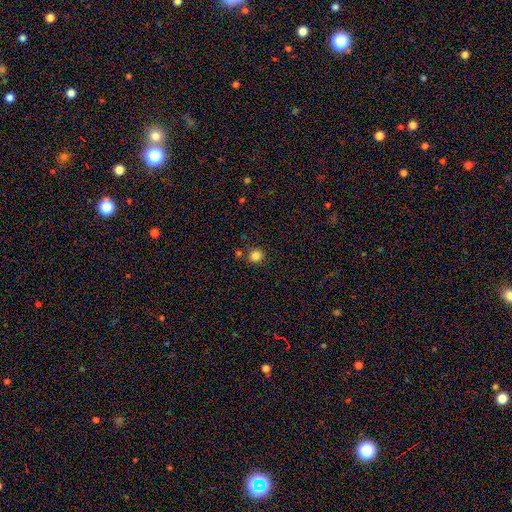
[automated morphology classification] smooth-or-featured: smooth: 83% | star or artifact: 13% | featured or disk: 4%
  how-rounded: round: 90% | in between: 9% | cigar-shaped: 1%
  merging: none: 83% | minor disturbance: 8% | merger: 6% | major disturbance: 2%